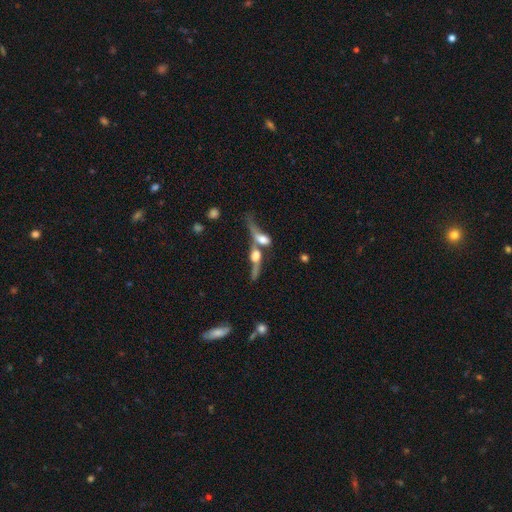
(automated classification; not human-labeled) Morphology: type=featured or disk (51%); edge-on=yes (55%); merging=merger (69%).